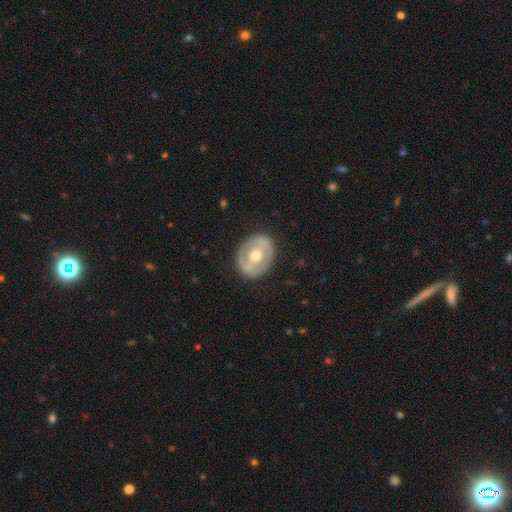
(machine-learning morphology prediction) type=featured or disk (63%); edge-on=no (94%); bar=no (49%); spiral arms=no (75%); bulge=moderate (74%); merging=none (83%).